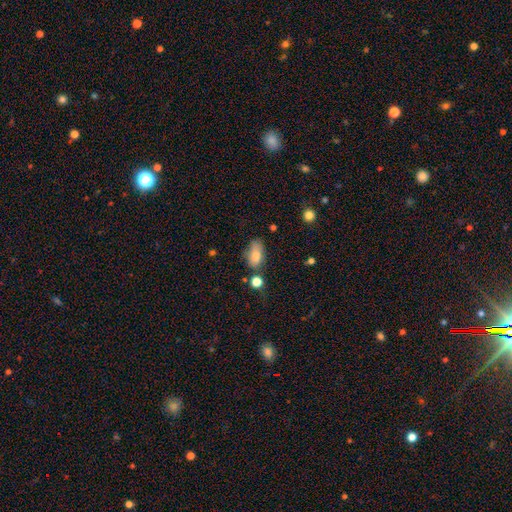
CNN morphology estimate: This appears to be a smooth galaxy with no disk features (81%) that is in between round and cigar-shaped (90%). Merging: none (51%).